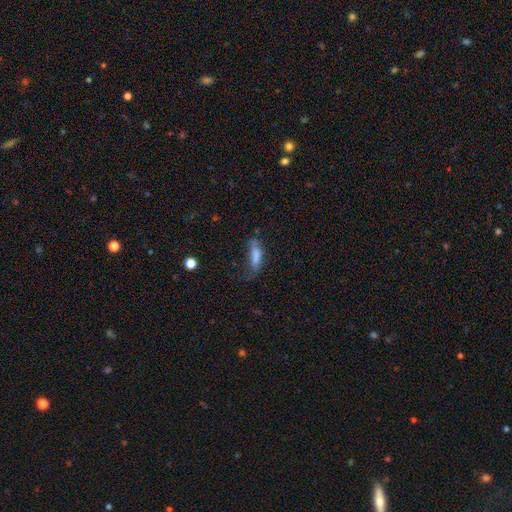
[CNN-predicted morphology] This is likely a smooth galaxy (70%). How rounded: possibly in between (52%). Merging: marginally none (36%).